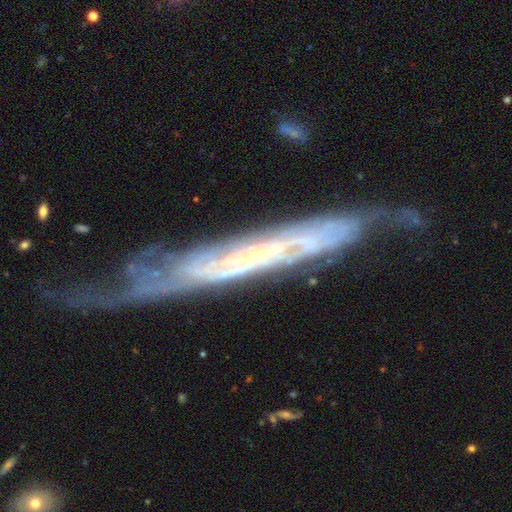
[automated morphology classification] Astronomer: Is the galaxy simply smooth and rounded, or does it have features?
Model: featured or disk — 84%.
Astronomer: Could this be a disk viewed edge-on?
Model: no — 56% (runner-up: yes, 44%).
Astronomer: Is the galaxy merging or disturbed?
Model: none — 55%.